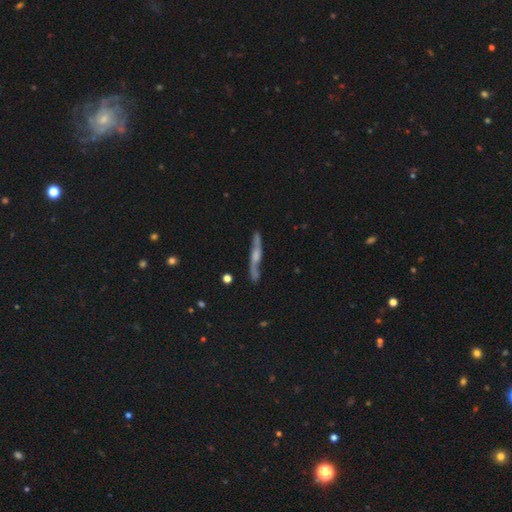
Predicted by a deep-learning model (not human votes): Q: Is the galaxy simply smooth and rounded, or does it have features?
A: featured or disk — 73%.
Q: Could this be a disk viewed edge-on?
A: yes — 74%.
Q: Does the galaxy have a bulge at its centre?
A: rounded — 62%.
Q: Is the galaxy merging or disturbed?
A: none — 79%.